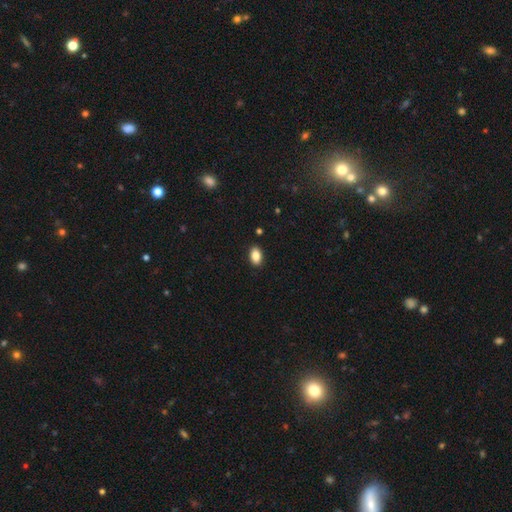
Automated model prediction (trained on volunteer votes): Smooth or featured? Predicted: smooth (p=0.87). How rounded? Predicted: in between (p=0.89). Merging? Predicted: none (p=0.90).